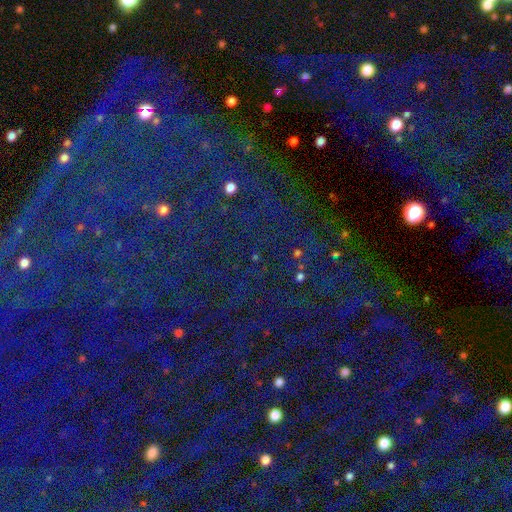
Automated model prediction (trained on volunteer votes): A star or artifact, not a galaxy (84%).